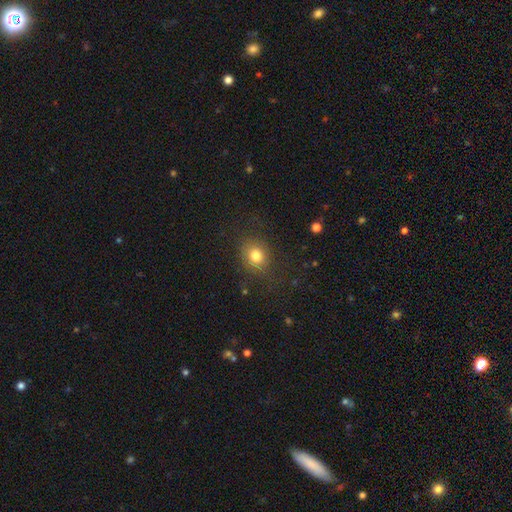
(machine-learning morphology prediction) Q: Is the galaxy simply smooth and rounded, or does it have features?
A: smooth — 77%.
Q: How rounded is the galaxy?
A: round — 68%.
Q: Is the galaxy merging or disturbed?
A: none — 78%.